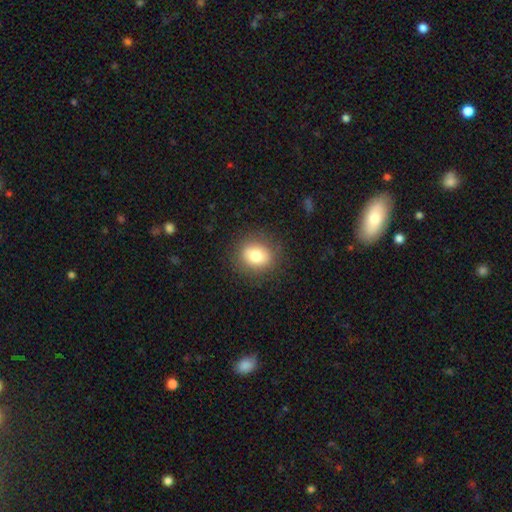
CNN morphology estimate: smooth-or-featured: smooth: 78% | featured or disk: 12% | star or artifact: 10%
  how-rounded: round: 69% | in between: 30% | cigar-shaped: 1%
  merging: none: 87% | minor disturbance: 9% | major disturbance: 3% | merger: 1%